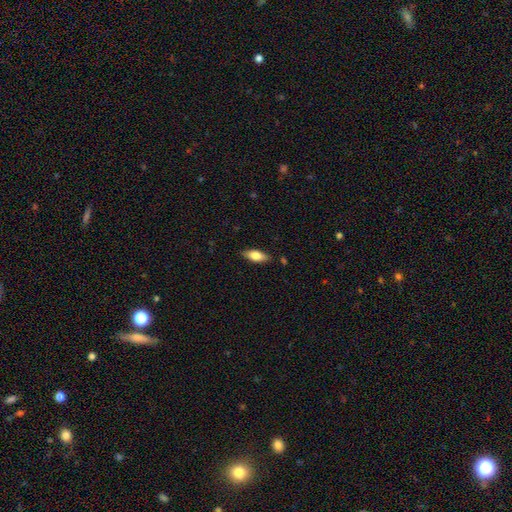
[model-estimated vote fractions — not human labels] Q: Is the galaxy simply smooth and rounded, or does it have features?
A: smooth — 75%.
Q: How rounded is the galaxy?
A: in between — 77%.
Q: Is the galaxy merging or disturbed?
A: none — 84%.